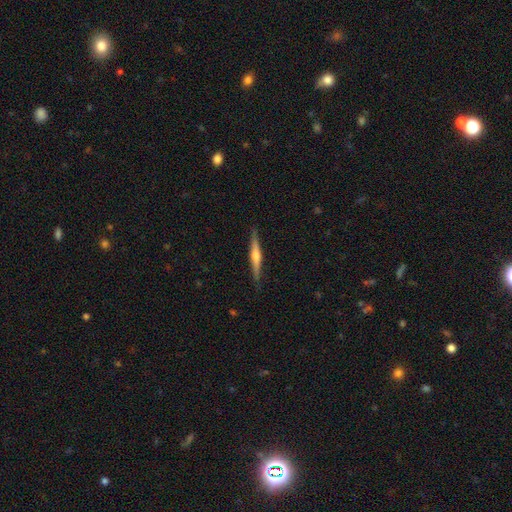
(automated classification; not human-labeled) Q: Smooth or featured?
A: featured or disk (70%); runner-up: smooth (25%)
Q: Edge-on disk?
A: yes (98%); runner-up: no (2%)
Q: Edge-on bulge?
A: rounded (86%); runner-up: boxy (8%)
Q: Merging?
A: none (89%); runner-up: minor disturbance (9%)